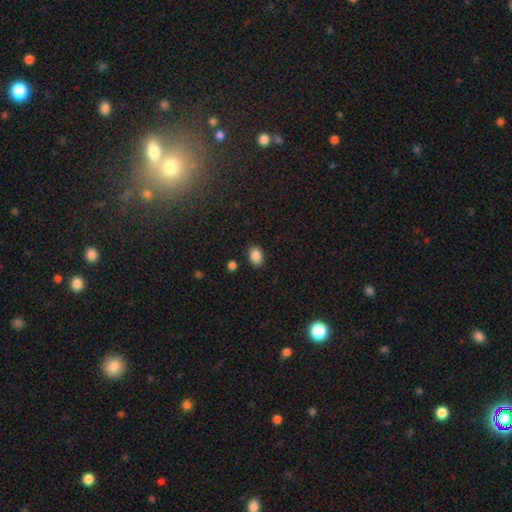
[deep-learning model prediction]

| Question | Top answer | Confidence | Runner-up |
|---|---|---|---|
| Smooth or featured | smooth | 87% | star or artifact (9%) |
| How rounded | in between | 74% | round (25%) |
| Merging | none | 86% | minor disturbance (9%) |